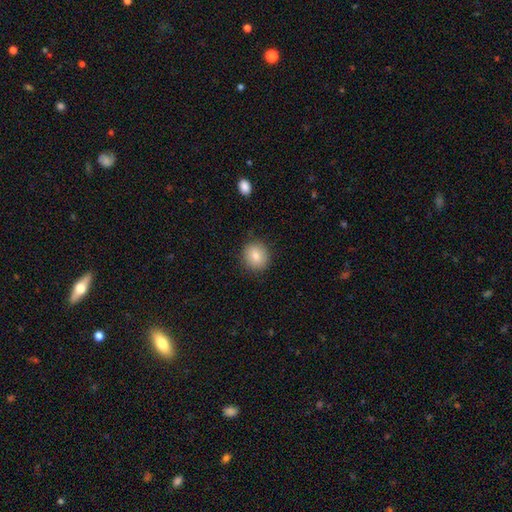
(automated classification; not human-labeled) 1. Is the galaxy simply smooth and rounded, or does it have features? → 82% smooth, 9% featured or disk, 9% star or artifact.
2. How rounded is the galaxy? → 86% round, 13% in between, 1% cigar-shaped.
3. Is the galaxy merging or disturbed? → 88% none, 9% minor disturbance, 3% major disturbance, 1% merger.